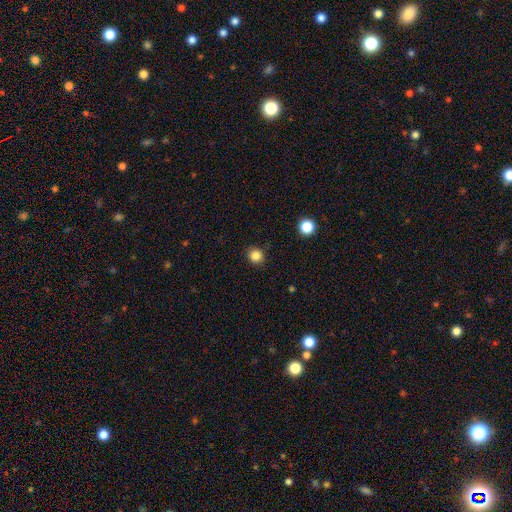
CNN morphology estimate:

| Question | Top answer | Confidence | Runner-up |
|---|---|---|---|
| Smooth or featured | smooth | 84% | star or artifact (12%) |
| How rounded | round | 89% | in between (10%) |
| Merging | none | 90% | minor disturbance (7%) |